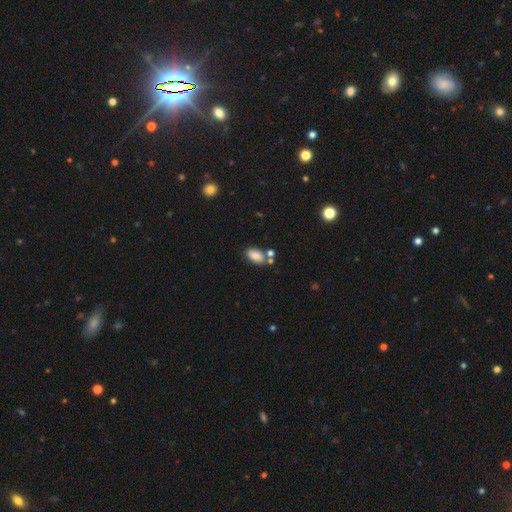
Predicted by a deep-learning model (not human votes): Q: Smooth or featured?
A: smooth (84%); runner-up: star or artifact (9%)
Q: How rounded?
A: in between (92%); runner-up: round (5%)
Q: Merging?
A: none (64%); runner-up: merger (17%)